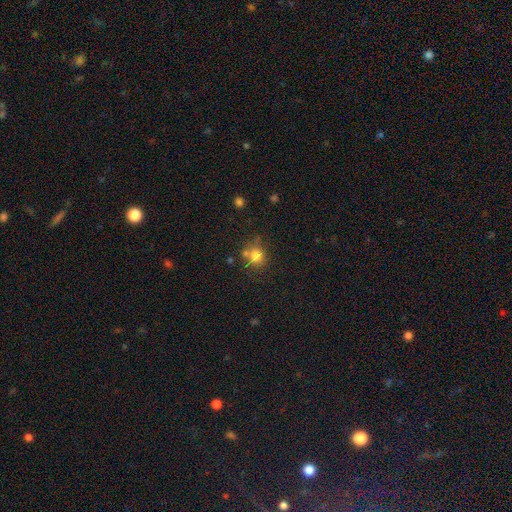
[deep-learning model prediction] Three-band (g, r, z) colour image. It shows a smooth galaxy with no disk features (76%) that is round (81%). Merging: none (61%).